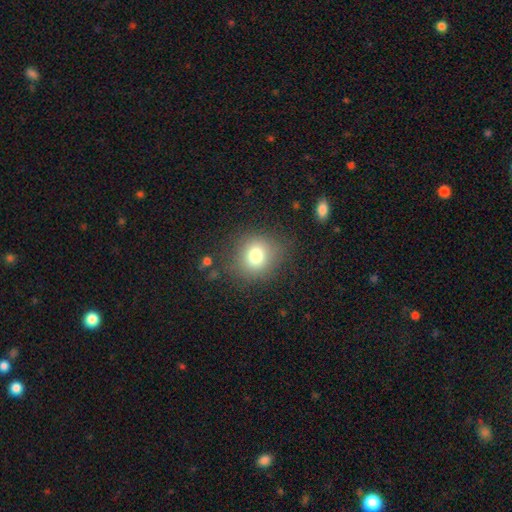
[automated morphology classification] Q: Smooth or featured?
A: smooth (77%); runner-up: star or artifact (12%)
Q: How rounded?
A: round (82%); runner-up: in between (17%)
Q: Merging?
A: none (81%); runner-up: minor disturbance (11%)